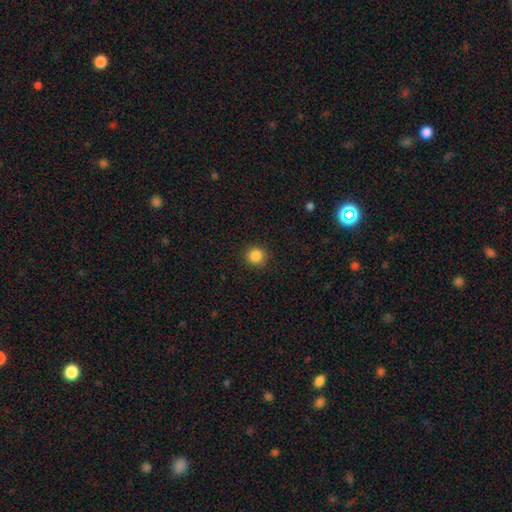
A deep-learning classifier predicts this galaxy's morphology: The model was most divided on "smooth or featured": smooth: 86%, star or artifact: 11%, featured or disk: 4%. More confident: how rounded — round (93%); merging — none (90%).